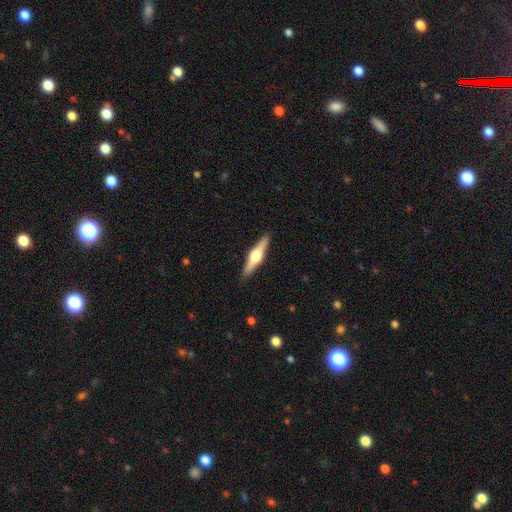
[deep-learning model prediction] Smooth or featured: featured or disk — 70% (smooth — 25%)
Edge-on disk: yes — 98% (no — 2%)
Edge-on bulge: rounded — 93% (boxy — 6%)
Merging: none — 90% (minor disturbance — 7%)